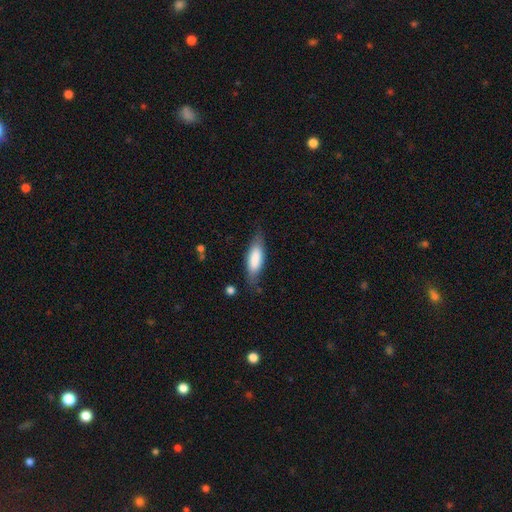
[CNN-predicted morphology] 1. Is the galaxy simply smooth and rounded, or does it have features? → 80% smooth, 15% featured or disk, 6% star or artifact.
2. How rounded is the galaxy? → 60% in between, 38% cigar-shaped, 2% round.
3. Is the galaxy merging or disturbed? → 75% none, 19% minor disturbance, 5% major disturbance, 2% merger.